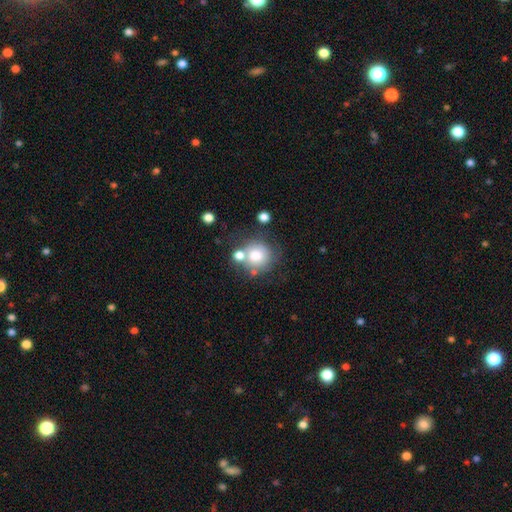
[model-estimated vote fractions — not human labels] Morphology: type=smooth (74%); roundness=round (87%); merging=none (55%).